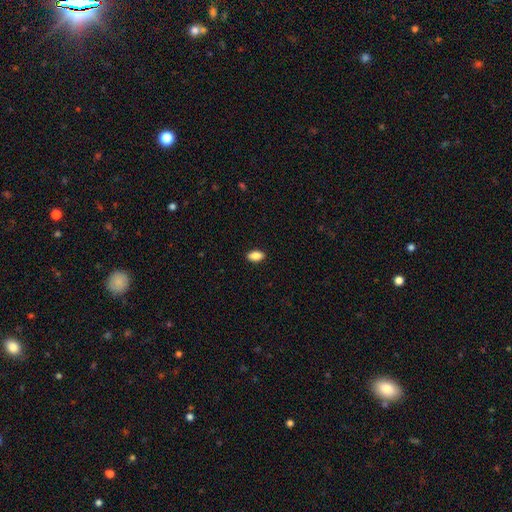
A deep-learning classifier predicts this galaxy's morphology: Q: Smooth or featured?
A: smooth (88%); runner-up: star or artifact (7%)
Q: How rounded?
A: in between (91%); runner-up: round (5%)
Q: Merging?
A: none (90%); runner-up: minor disturbance (7%)